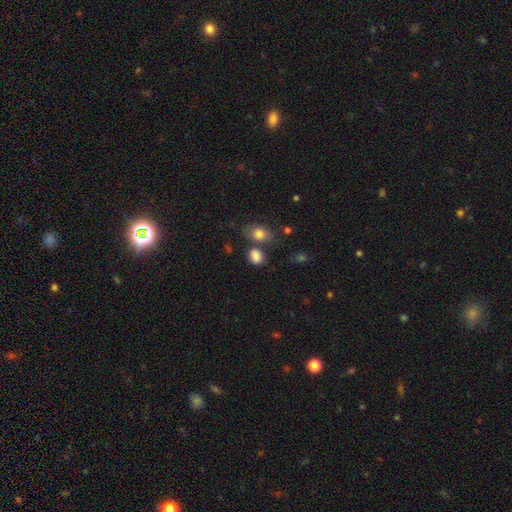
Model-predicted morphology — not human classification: Smooth or featured?
  - smooth: 84% *
  - star or artifact: 10%
  - featured or disk: 5%
How rounded?
  - in between: 60% *
  - round: 38%
  - cigar-shaped: 1%
Merging?
  - none: 61% *
  - minor disturbance: 17%
  - merger: 16%
  - major disturbance: 6%